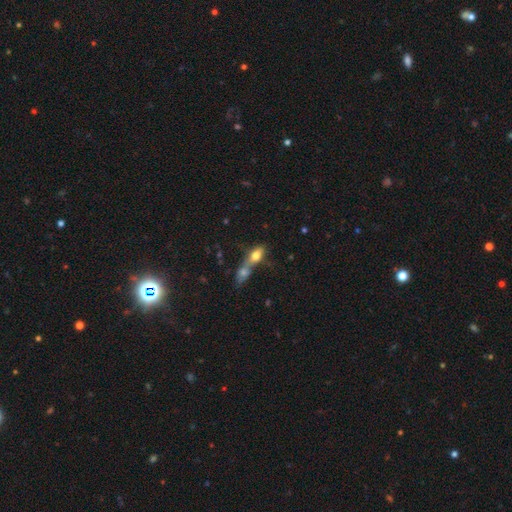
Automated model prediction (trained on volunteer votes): A smooth galaxy with no disk features (73%) that is in between round and cigar-shaped (77%). Merging: merger (69%).